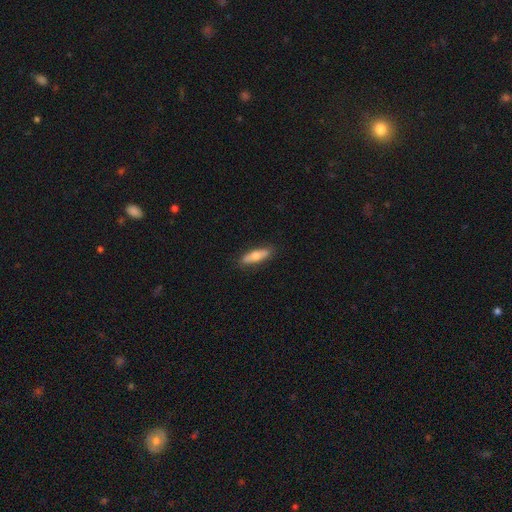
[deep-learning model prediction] The model was most divided on "how rounded": cigar-shaped: 59%, in between: 38%, round: 2%. More confident: merging — none (85%); smooth or featured — smooth (64%).